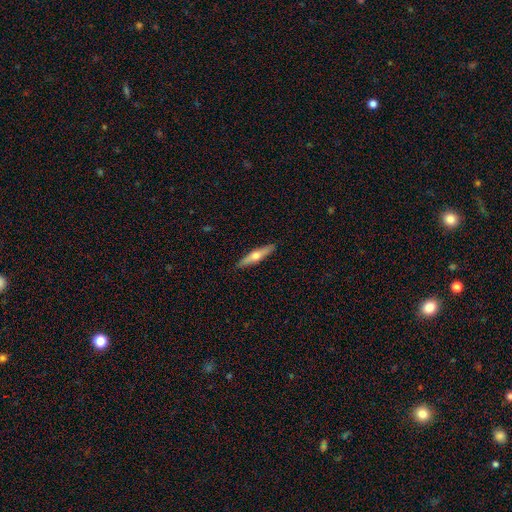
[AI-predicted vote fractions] This appears to be a featured or disk galaxy (52%) viewed edge-on (93%). Merging: none (91%).